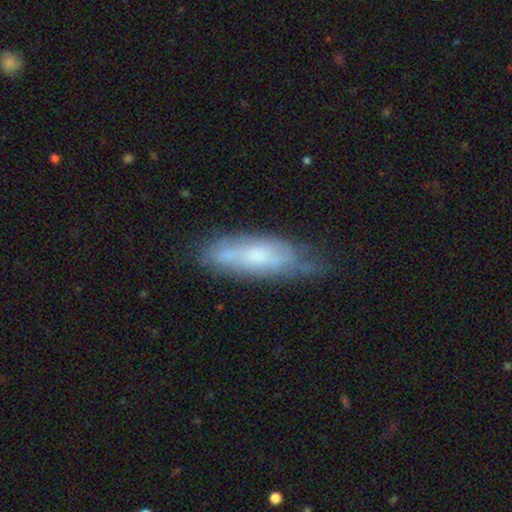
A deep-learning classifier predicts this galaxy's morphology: A smooth galaxy with no disk features (47%). Merging: none (51%).